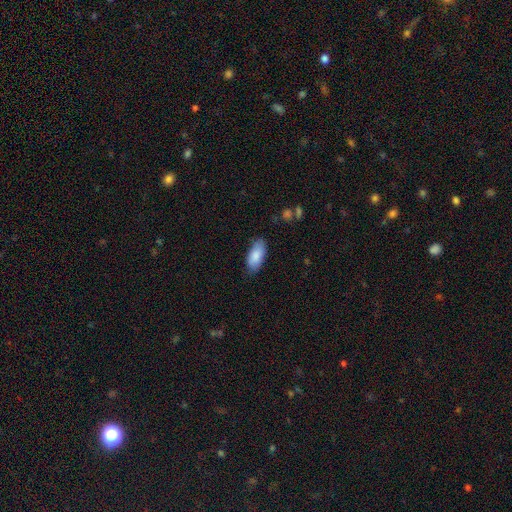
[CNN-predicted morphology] The model was most divided on "merging": none: 78%, minor disturbance: 18%, major disturbance: 3%, merger: 1%. More confident: how rounded — in between (90%); smooth or featured — smooth (86%).